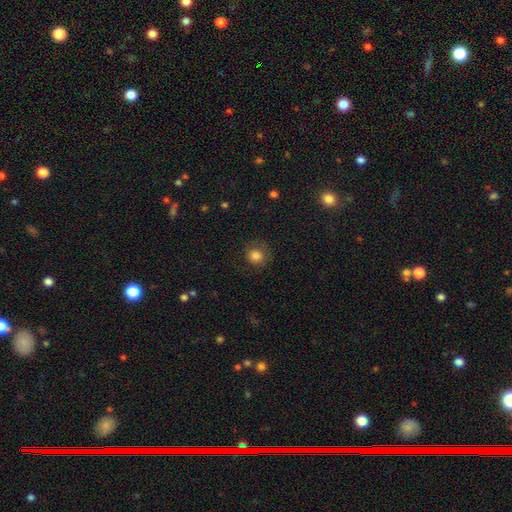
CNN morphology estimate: A smooth galaxy with no disk features (81%) that is round (89%). Merging: none (76%).